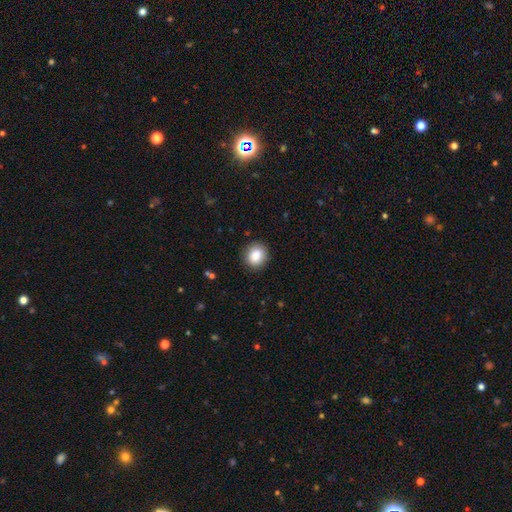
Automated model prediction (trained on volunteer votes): Overall: smooth (87%). How rounded: round (78%). Merging: none (88%).